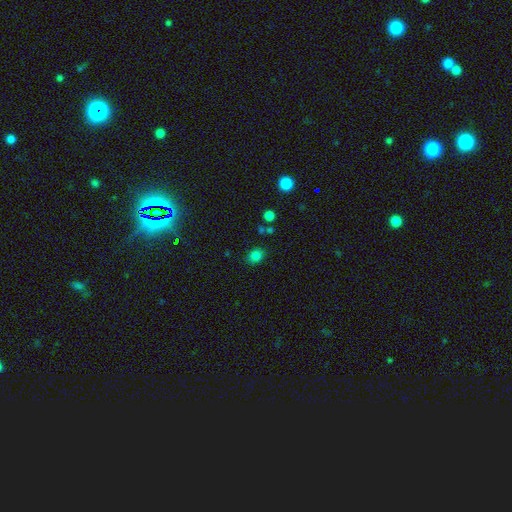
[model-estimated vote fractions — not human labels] Smooth or featured?
  - smooth: 80% *
  - star or artifact: 15%
  - featured or disk: 6%
How rounded?
  - round: 51% *
  - in between: 48%
  - cigar-shaped: 1%
Merging?
  - none: 82% *
  - minor disturbance: 11%
  - merger: 4%
  - major disturbance: 3%